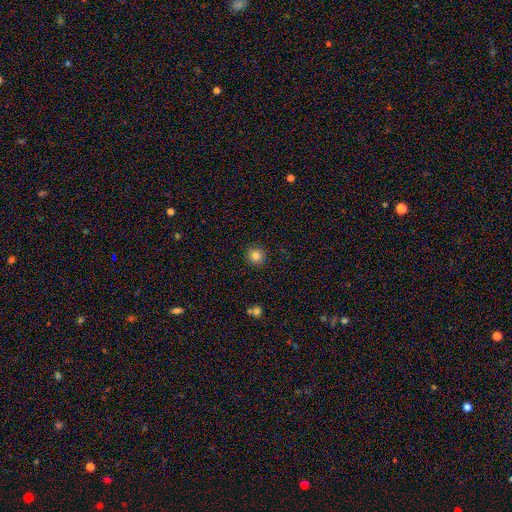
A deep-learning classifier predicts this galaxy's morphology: A smooth galaxy with no disk features (83%) that is round (94%). Merging: none (92%).